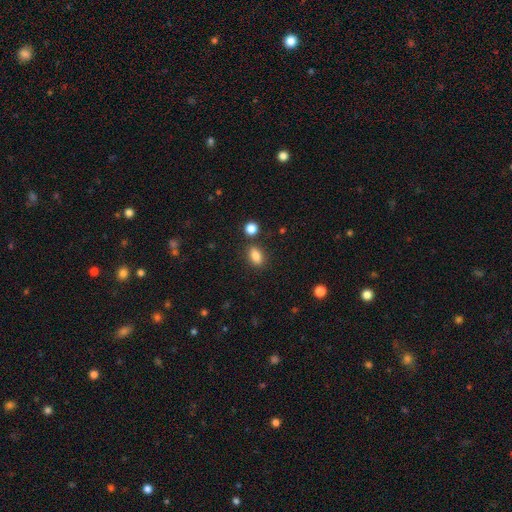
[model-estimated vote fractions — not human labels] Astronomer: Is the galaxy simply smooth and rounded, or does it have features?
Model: smooth — 86%.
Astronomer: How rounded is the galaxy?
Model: in between — 83%.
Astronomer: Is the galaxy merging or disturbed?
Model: none — 79%.